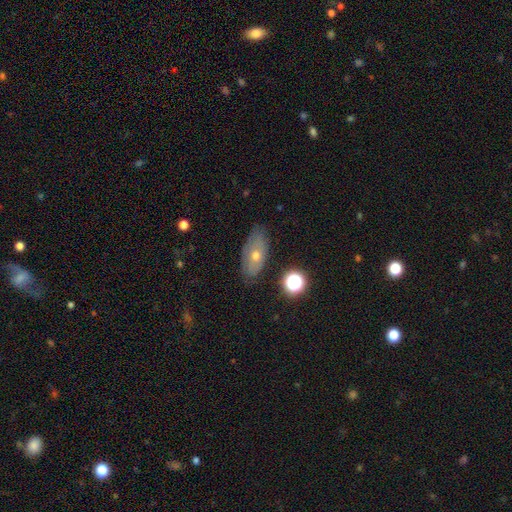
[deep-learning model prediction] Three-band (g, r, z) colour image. It shows a smooth galaxy with no disk features (47%). Merging: none (78%).